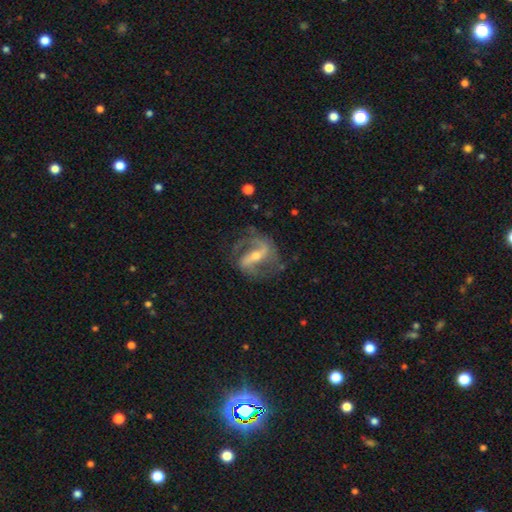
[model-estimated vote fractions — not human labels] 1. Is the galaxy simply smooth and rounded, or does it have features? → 87% featured or disk, 7% smooth, 6% star or artifact.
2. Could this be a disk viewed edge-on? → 95% no, 5% yes.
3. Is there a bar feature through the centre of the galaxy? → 57% strong, 31% weak, 13% no.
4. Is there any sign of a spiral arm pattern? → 94% yes, 6% no.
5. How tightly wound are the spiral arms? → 48% medium, 35% loose, 18% tight.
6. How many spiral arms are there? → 84% 2, 7% 1, 5% can't tell, 3% 3, 1% 4, 1% more than 4.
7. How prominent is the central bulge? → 50% moderate, 44% small, 3% large, 2% none, 1% dominant.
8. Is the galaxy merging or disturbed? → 65% none, 18% minor disturbance, 15% major disturbance, 2% merger.